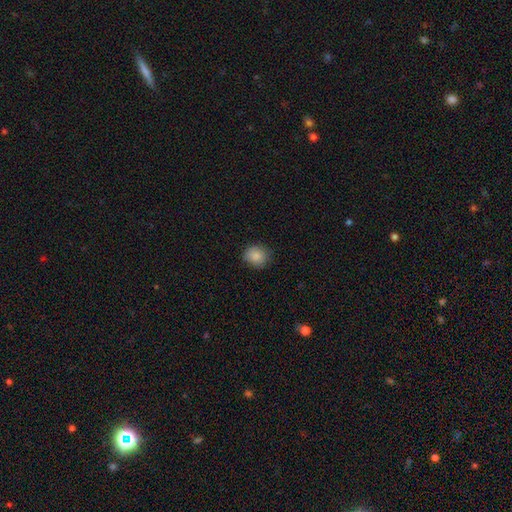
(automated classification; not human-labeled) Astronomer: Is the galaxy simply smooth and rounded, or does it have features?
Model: smooth — 87%.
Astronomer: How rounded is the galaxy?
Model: round — 77%.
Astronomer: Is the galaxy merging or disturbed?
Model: none — 81%.